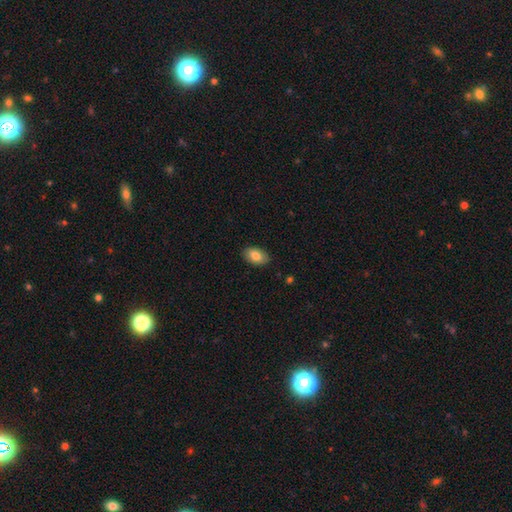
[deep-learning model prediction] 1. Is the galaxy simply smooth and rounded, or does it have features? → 82% smooth, 11% featured or disk, 7% star or artifact.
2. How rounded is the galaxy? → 92% in between, 7% round, 1% cigar-shaped.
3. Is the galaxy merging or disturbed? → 88% none, 9% minor disturbance, 2% major disturbance, 1% merger.